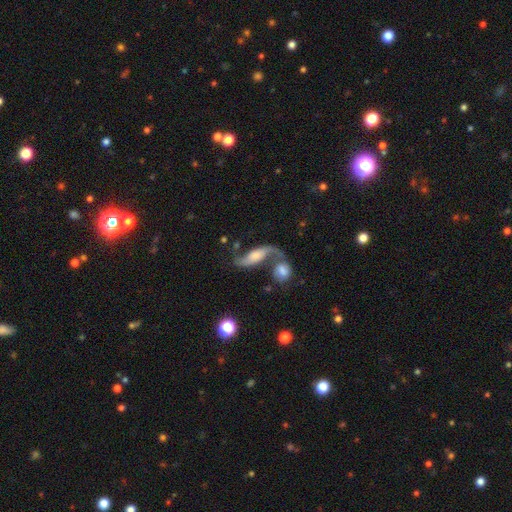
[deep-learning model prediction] The model was most divided on "bulge size": moderate: 33%, small: 26%, large: 20%, none: 17%, dominant: 5%. Remaining: spiral arms — yes (89%); edge-on disk — no (87%); spiral arm count — 2 (85%); spiral winding — loose (81%); smooth or featured — featured or disk (70%); bar — no (56%); merging — merger (47%).